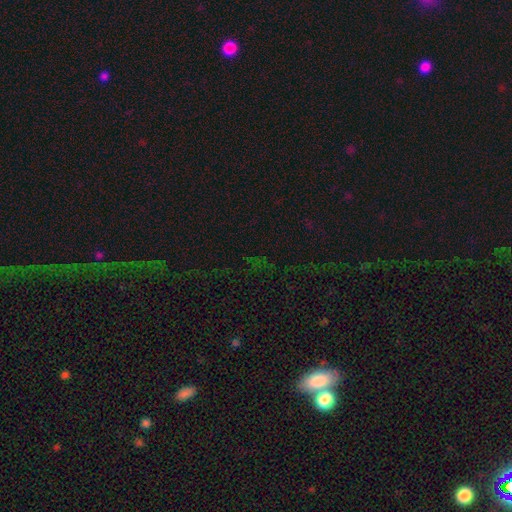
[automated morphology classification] smooth-or-featured: star or artifact: 63% | smooth: 23% | featured or disk: 14%